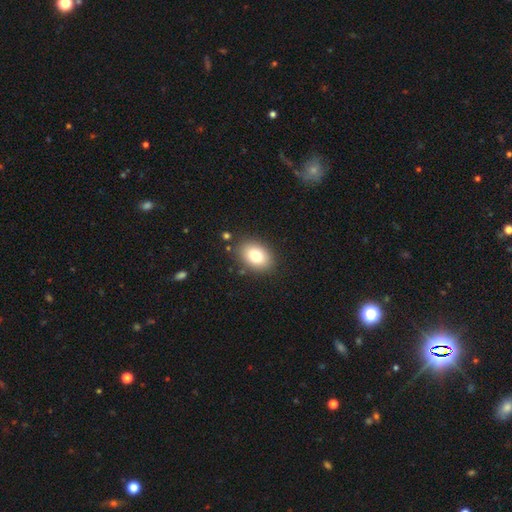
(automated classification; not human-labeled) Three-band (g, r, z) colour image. It shows a smooth galaxy with no disk features (80%) that is in between round and cigar-shaped (81%). Merging: none (85%).